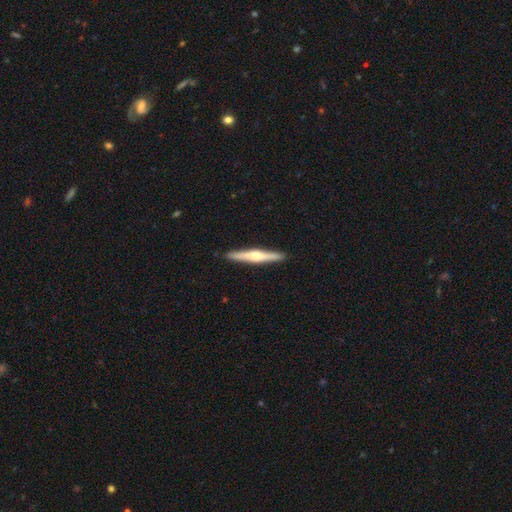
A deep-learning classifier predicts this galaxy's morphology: type=featured or disk (64%); edge-on=yes (98%); edge-on bulge=rounded (80%); merging=none (92%).